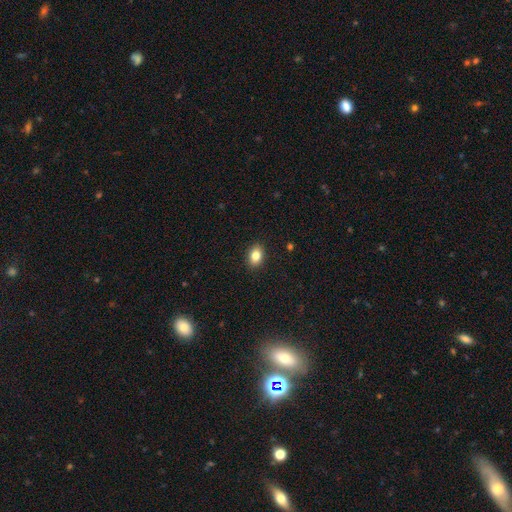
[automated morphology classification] A smooth galaxy with no disk features (83%) that is in between round and cigar-shaped (76%). Merging: none (90%).